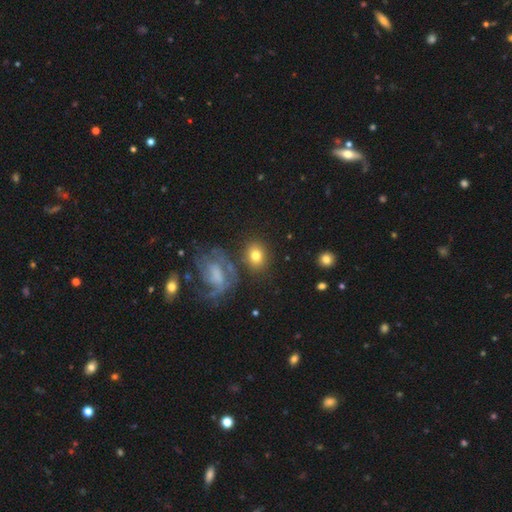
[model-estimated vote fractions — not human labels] This appears to be a smooth galaxy with no disk features (74%) that is round (51%). Merging: none (74%).